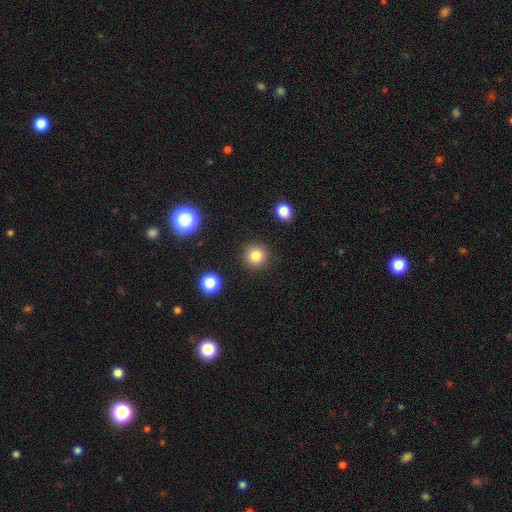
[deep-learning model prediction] Q: Smooth or featured?
A: smooth (82%); runner-up: star or artifact (12%)
Q: How rounded?
A: round (94%); runner-up: in between (5%)
Q: Merging?
A: none (90%); runner-up: minor disturbance (5%)